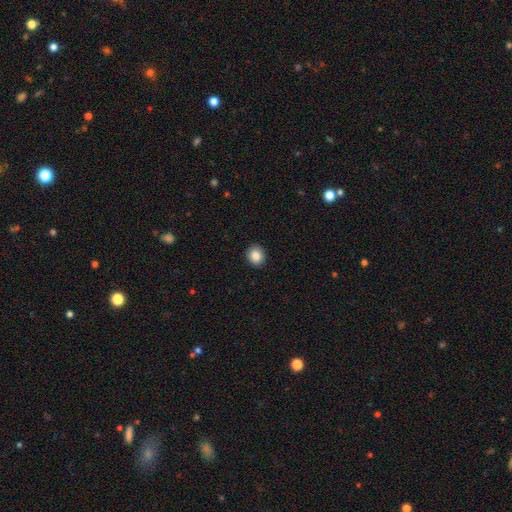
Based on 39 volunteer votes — This appears to be a smooth galaxy with no disk features (95%) that is round (51%). Merging: none (87%).